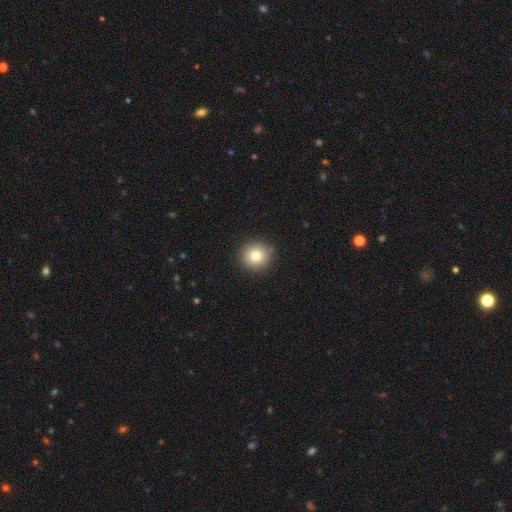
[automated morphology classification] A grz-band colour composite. It shows a smooth galaxy with no disk features (81%) that is round (92%). Merging: none (88%).